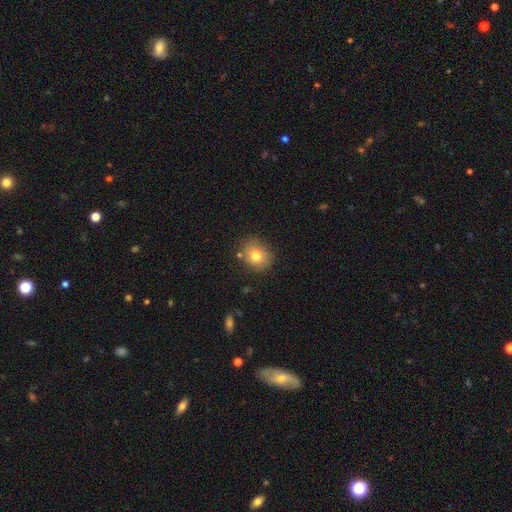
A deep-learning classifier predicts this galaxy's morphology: This appears to be a smooth galaxy with no disk features (78%) that is round (65%). Merging: none (80%).